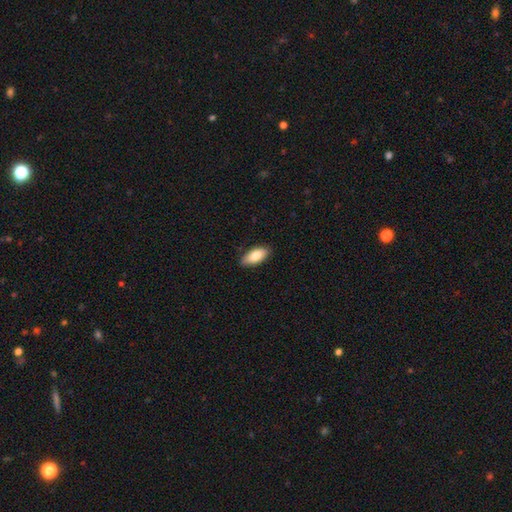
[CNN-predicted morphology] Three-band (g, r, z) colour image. It shows a smooth galaxy with no disk features (81%) that is in between round and cigar-shaped (90%). Merging: none (85%).